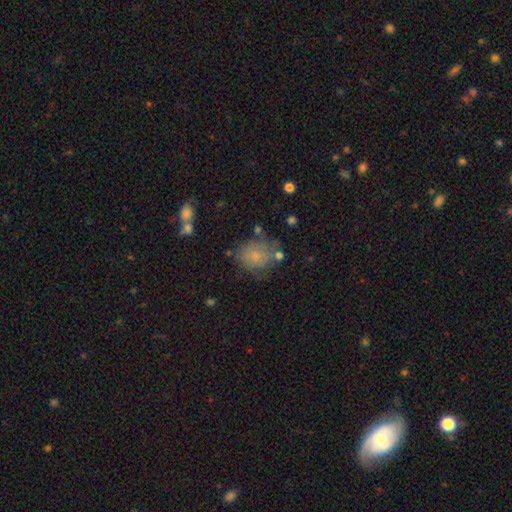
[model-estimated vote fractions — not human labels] Overall: smooth (72%). How rounded: round (68%; in between 31%). Merging: none (58%; minor disturbance 24%).